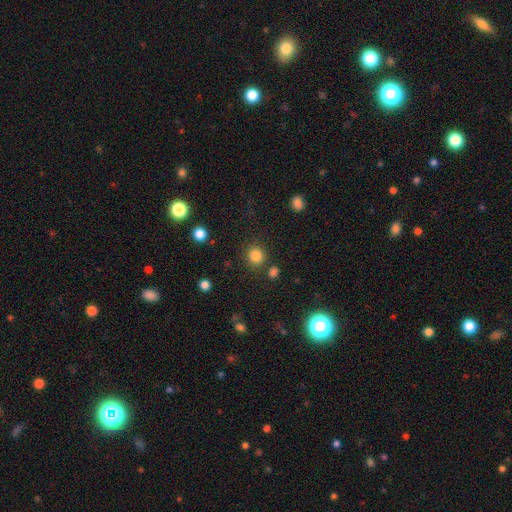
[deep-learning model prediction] This is clearly a smooth galaxy (83%). How rounded: clearly round (89%). Merging: clearly none (84%).